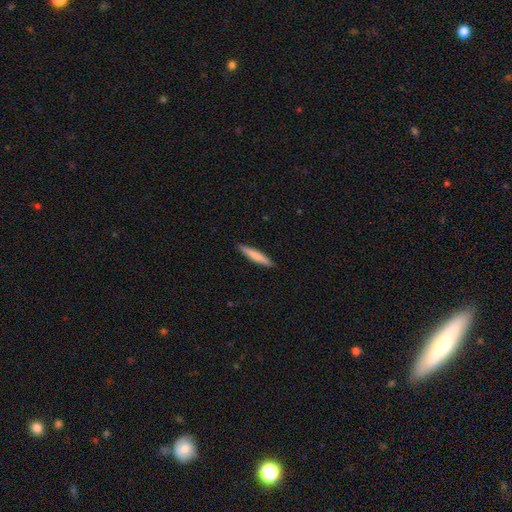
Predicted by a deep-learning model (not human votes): Smooth or featured? smooth (77%)
How rounded? cigar-shaped (92%)
Merging? none (91%)